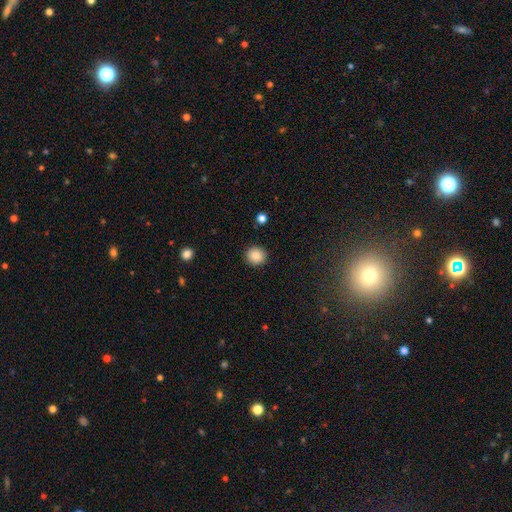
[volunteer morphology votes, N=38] This is clearly a smooth galaxy (89%). How rounded: clearly round (91%). Merging: clearly none (92%).